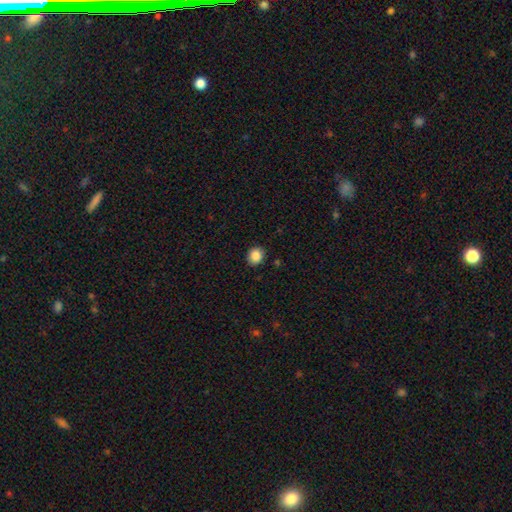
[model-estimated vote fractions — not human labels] This is clearly a smooth galaxy (87%). How rounded: likely round (78%). Merging: clearly none (89%).